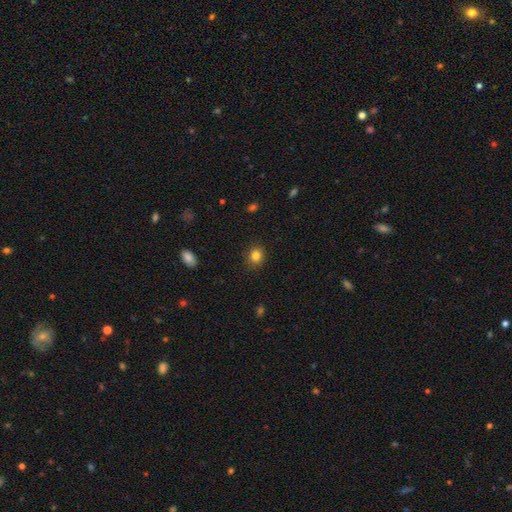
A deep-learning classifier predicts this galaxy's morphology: Overall: smooth (83%). How rounded: round (79%). Merging: none (90%).